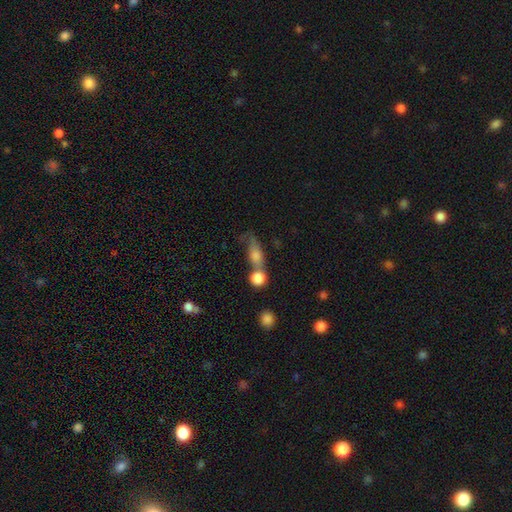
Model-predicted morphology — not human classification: Smooth or featured: smooth — 68% (featured or disk — 20%)
How rounded: in between — 52% (round — 27%)
Merging: merger — 41% (none — 33%)